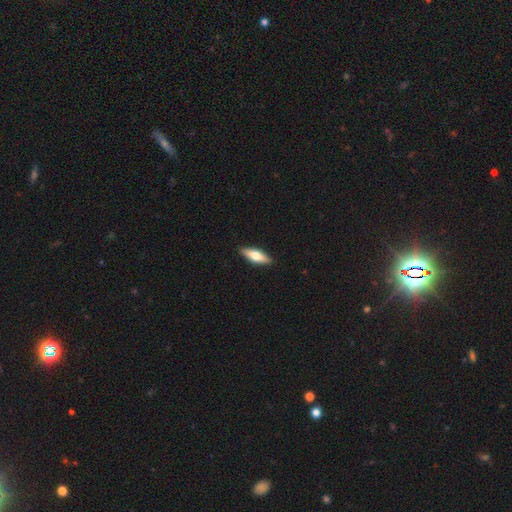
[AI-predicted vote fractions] This appears to be a smooth galaxy with no disk features (59%) that is in between round and cigar-shaped (55%). Merging: none (90%).